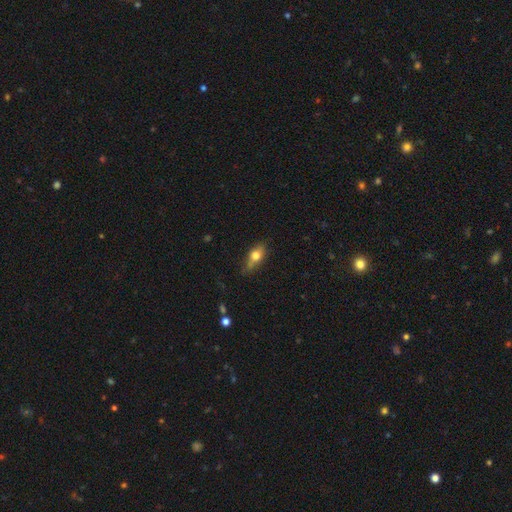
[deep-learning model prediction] A smooth galaxy with no disk features (62%) that is in between round and cigar-shaped (69%).

Vote fractions:
- Smooth or featured? smooth: 62% / featured or disk: 30% / star or artifact: 9%
- How rounded? in between: 69% / cigar-shaped: 21% / round: 10%
- Merging? none: 63% / minor disturbance: 27% / major disturbance: 7% / merger: 3%